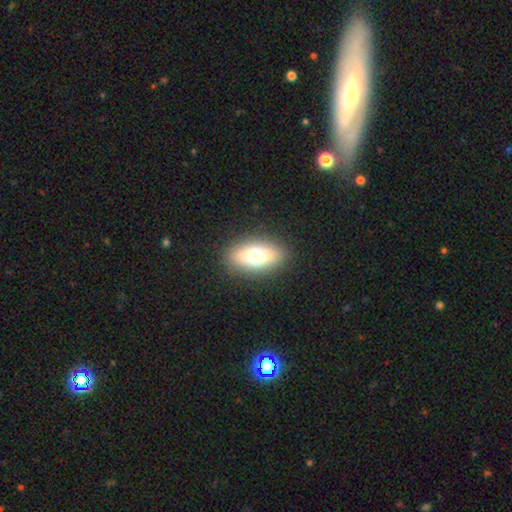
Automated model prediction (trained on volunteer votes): Smooth or featured?
  - smooth: 68% *
  - featured or disk: 21%
  - star or artifact: 11%
How rounded?
  - in between: 83% *
  - round: 12%
  - cigar-shaped: 5%
Merging?
  - none: 87% *
  - minor disturbance: 8%
  - major disturbance: 3%
  - merger: 1%